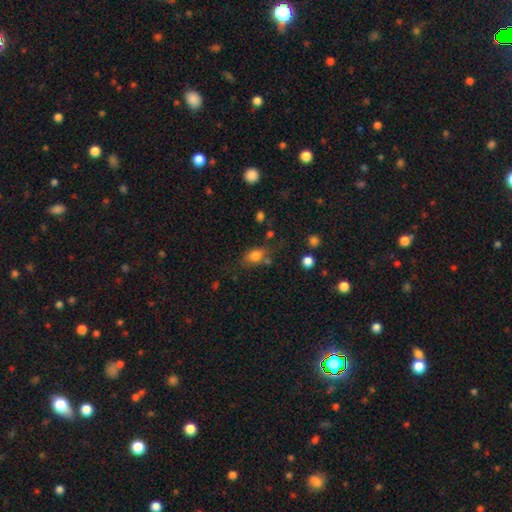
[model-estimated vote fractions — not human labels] A smooth galaxy with no disk features (79%) that is in between round and cigar-shaped (74%). Merging: none (58%).